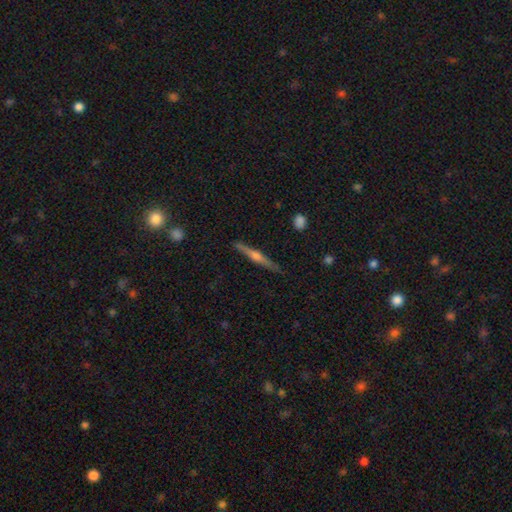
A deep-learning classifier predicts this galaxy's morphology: Smooth or featured: featured or disk — 75% (smooth — 19%)
Edge-on disk: yes — 98% (no — 2%)
Edge-on bulge: rounded — 85% (boxy — 8%)
Merging: none — 89% (minor disturbance — 8%)